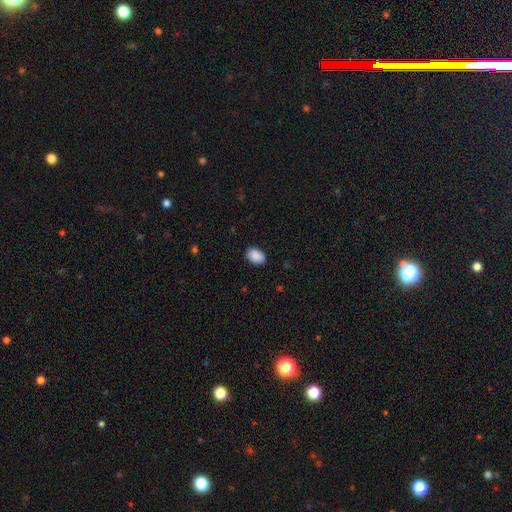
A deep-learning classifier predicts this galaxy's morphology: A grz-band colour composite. It shows a smooth galaxy with no disk features (90%) that is in between round and cigar-shaped (86%). Merging: none (86%).